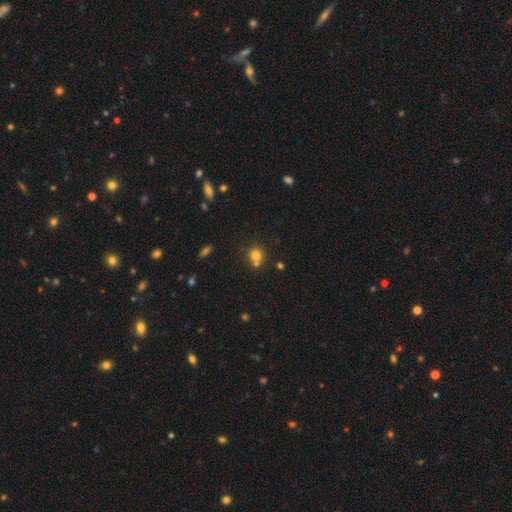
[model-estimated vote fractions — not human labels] smooth-or-featured: smooth: 77% | star or artifact: 14% | featured or disk: 9%
  how-rounded: round: 84% | in between: 15% | cigar-shaped: 1%
  merging: none: 54% | merger: 33% | minor disturbance: 9% | major disturbance: 3%